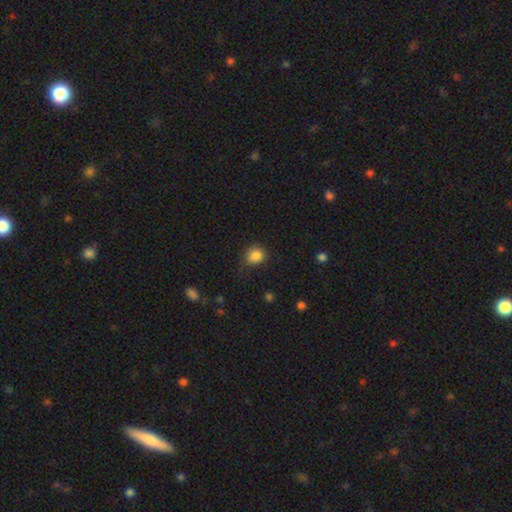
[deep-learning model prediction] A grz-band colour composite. It shows a smooth galaxy with no disk features (85%) that is round (78%). Merging: none (75%).